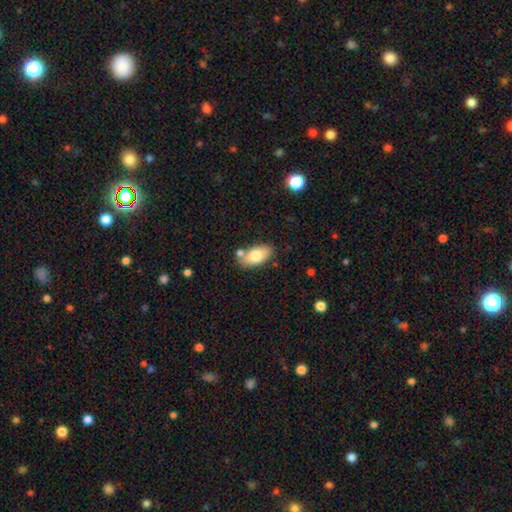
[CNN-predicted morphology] Smooth or featured? smooth (75%)
How rounded? in between (92%)
Merging? none (71%)